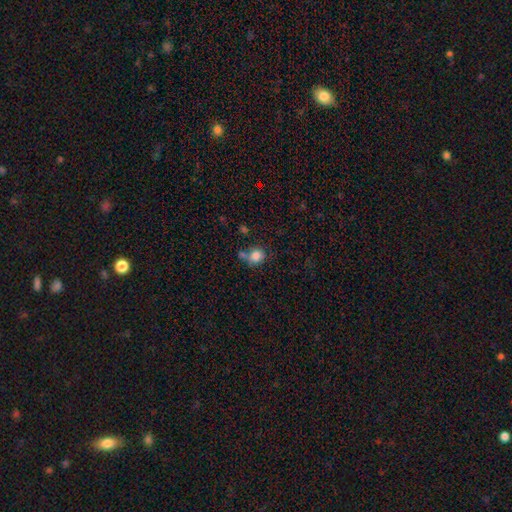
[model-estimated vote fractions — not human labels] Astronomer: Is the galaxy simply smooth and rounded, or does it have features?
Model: smooth — 82%.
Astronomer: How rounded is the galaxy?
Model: round — 76%.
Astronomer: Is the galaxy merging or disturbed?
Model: none — 54%.